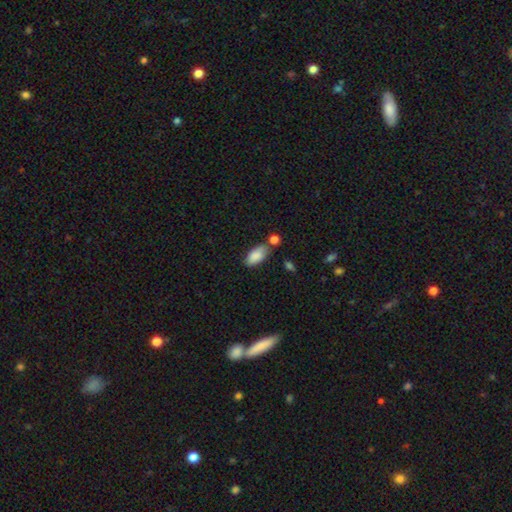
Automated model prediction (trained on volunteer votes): A smooth galaxy with no disk features (85%) that is in between round and cigar-shaped (90%).

Vote fractions:
- Smooth or featured? smooth: 85% / featured or disk: 8% / star or artifact: 7%
- How rounded? in between: 90% / cigar-shaped: 7% / round: 3%
- Merging? none: 60% / minor disturbance: 21% / merger: 14% / major disturbance: 5%